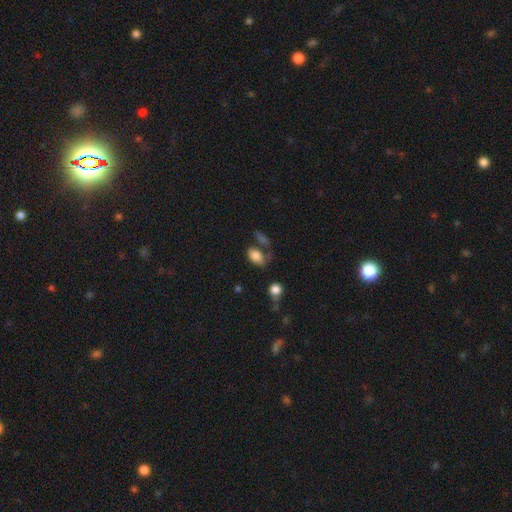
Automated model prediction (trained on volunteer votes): Overall: smooth (81%). How rounded: in between (89%). Merging: none (43%; minor disturbance 21%).